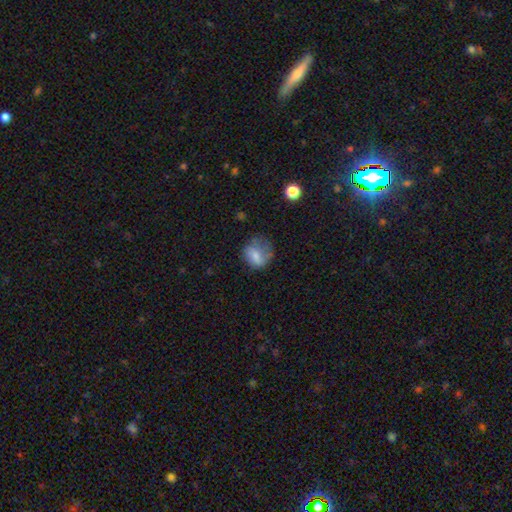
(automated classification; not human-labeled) smooth 69%, featured or disk 22%, star or artifact 10%. Down the decision tree: how rounded — round (58%); merging — none (42%).